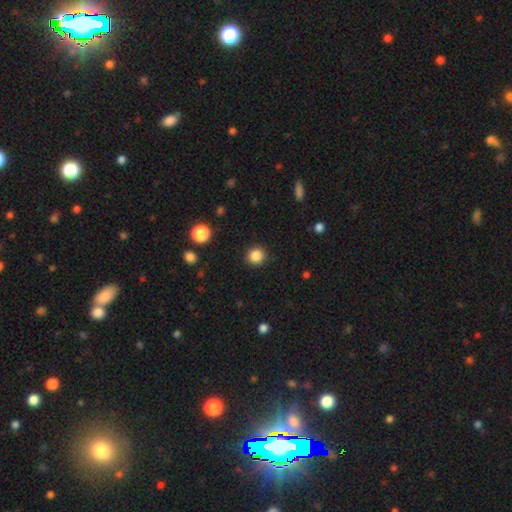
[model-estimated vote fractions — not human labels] smooth 86%, star or artifact 11%, featured or disk 3%. Down the decision tree: how rounded — round (92%); merging — none (91%).